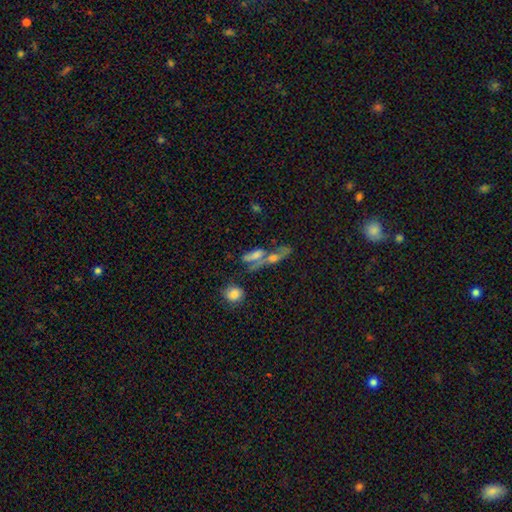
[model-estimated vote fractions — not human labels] Smooth or featured: smooth — 47% (featured or disk — 36%)
Merging: merger — 53% (none — 24%)